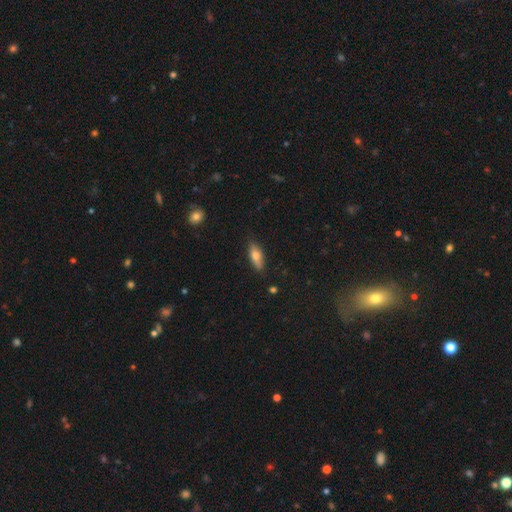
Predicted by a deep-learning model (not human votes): This appears to be a smooth galaxy with no disk features (69%) that is in between round and cigar-shaped (69%). Merging: none (82%).